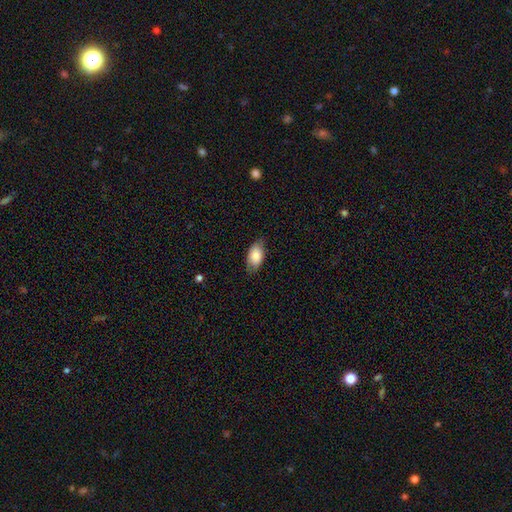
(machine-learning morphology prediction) A smooth galaxy with no disk features (80%) that is in between round and cigar-shaped (93%). Merging: none (76%).